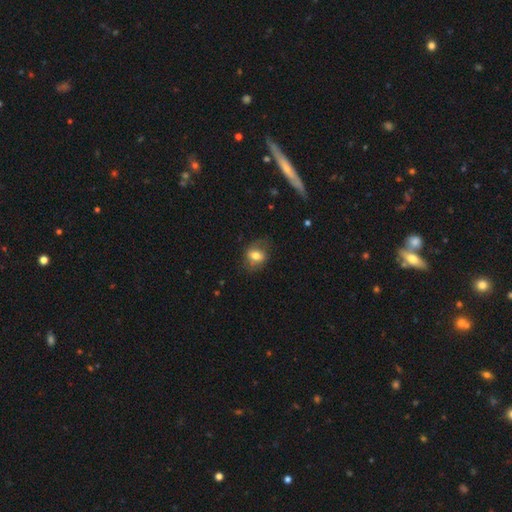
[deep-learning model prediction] Smooth or featured: smooth — 64% (featured or disk — 27%)
How rounded: in between — 62% (round — 36%)
Merging: none — 65% (minor disturbance — 22%)